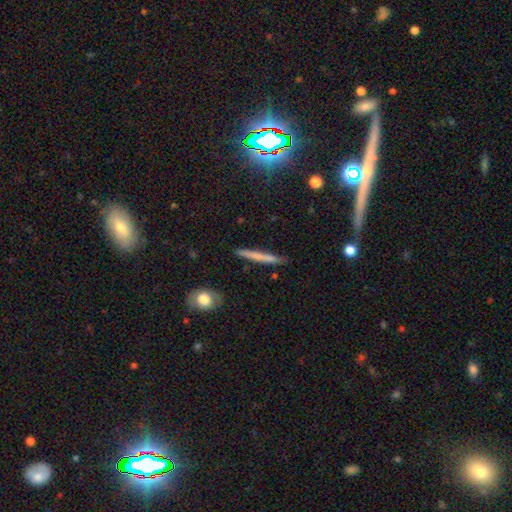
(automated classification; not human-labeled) The model was most divided on "smooth or featured": smooth: 63%, featured or disk: 31%, star or artifact: 6%. More confident: how rounded — cigar-shaped (95%); merging — none (86%).